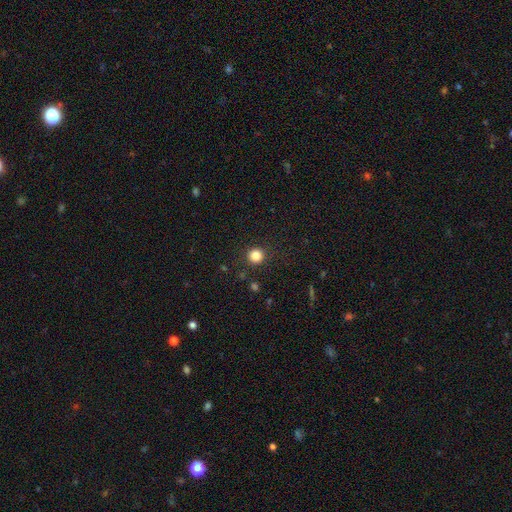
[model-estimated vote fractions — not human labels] smooth 83%, star or artifact 12%, featured or disk 4%. Down the decision tree: how rounded — round (94%); merging — none (91%).